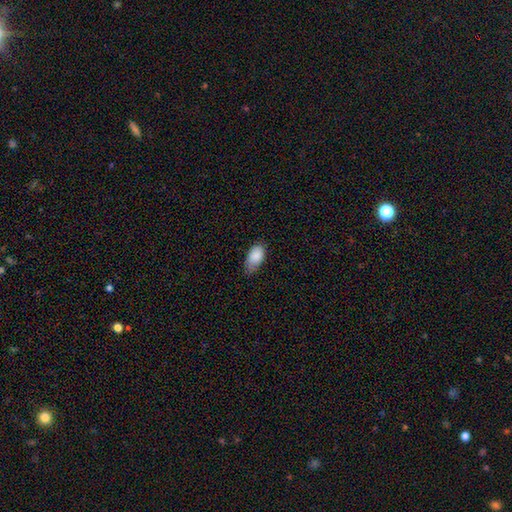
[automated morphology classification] smooth 88%, star or artifact 7%, featured or disk 5%. Down the decision tree: how rounded — in between (94%); merging — none (59%).